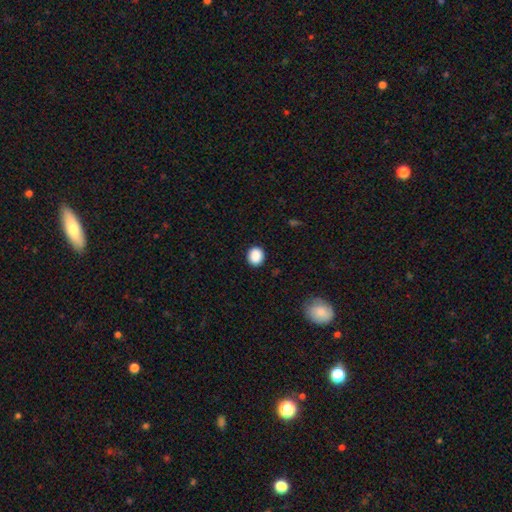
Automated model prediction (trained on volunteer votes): smooth_or_featured: smooth (p=0.89) [alt: star or artifact p=0.08]
how_rounded: round (p=0.79) [alt: in between p=0.20]
merging: none (p=0.91) [alt: minor disturbance p=0.06]